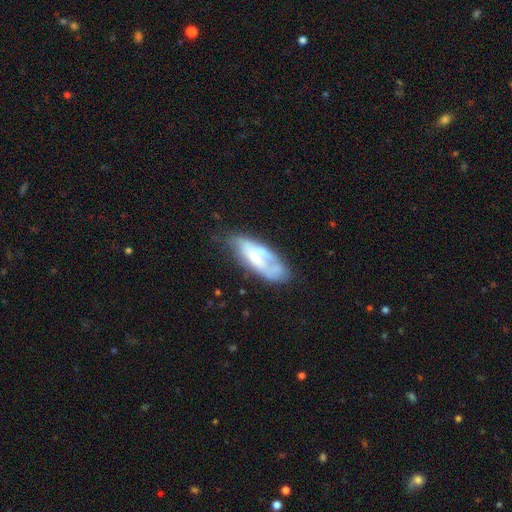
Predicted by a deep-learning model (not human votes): Morphology: type=featured or disk (47%); merging=none (47%).